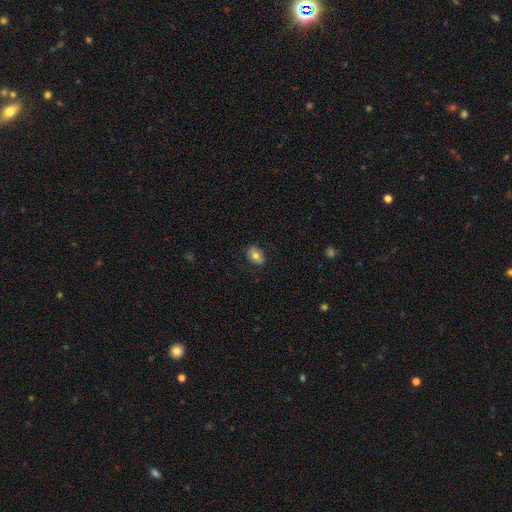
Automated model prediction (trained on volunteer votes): Smooth or featured?
  - smooth: 72% *
  - featured or disk: 20%
  - star or artifact: 9%
How rounded?
  - in between: 84% *
  - round: 14%
  - cigar-shaped: 2%
Merging?
  - none: 84% *
  - minor disturbance: 13%
  - major disturbance: 3%
  - merger: 1%